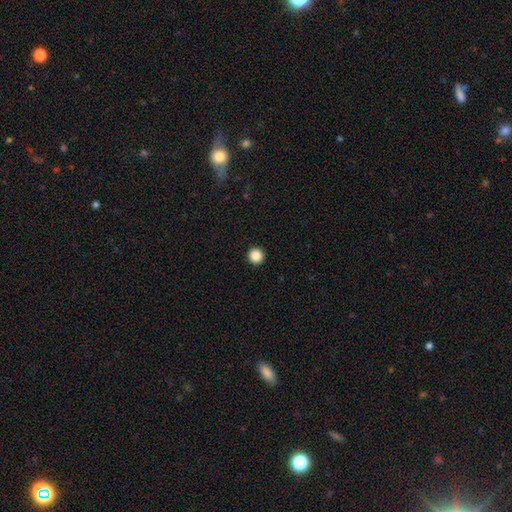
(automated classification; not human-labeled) Q: Smooth or featured?
A: smooth (87%); runner-up: star or artifact (10%)
Q: How rounded?
A: round (96%); runner-up: in between (3%)
Q: Merging?
A: none (94%); runner-up: minor disturbance (4%)